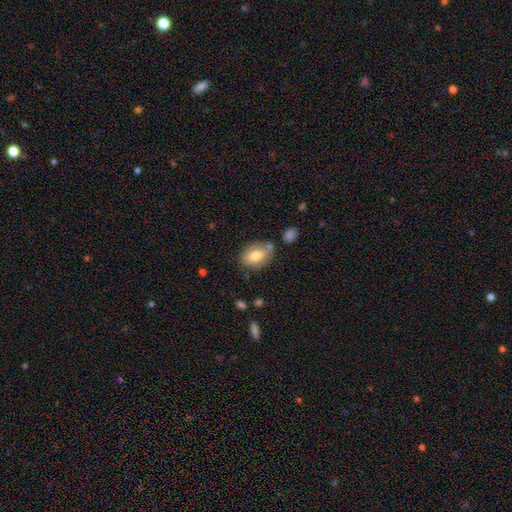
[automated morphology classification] type=smooth (73%); roundness=in between (72%); merging=none (71%).